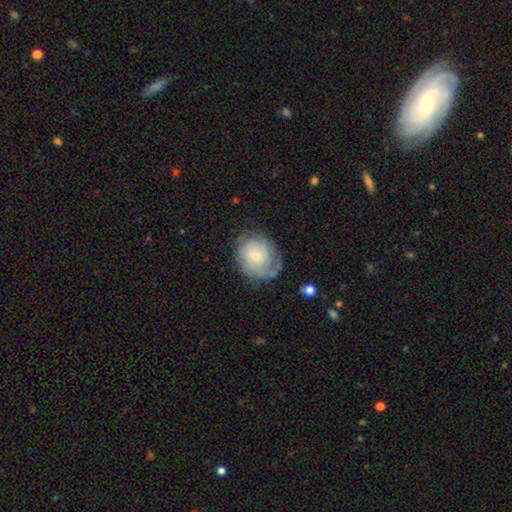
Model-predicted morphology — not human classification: This is likely a featured or disk galaxy (65%). It is clearly not viewed edge-on (97%). Bar: likely no (79%). Spiral arm pattern: clearly yes (86%). Spiral arm count: marginally can't tell (39%). Spiral winding: likely tight (63%). Central bulge: likely small (73%). Merging: likely none (63%).